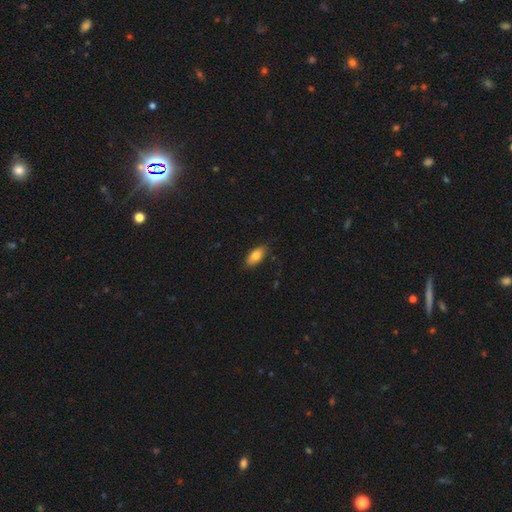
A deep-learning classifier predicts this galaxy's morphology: Q: Smooth or featured?
A: smooth (79%); runner-up: featured or disk (15%)
Q: How rounded?
A: in between (86%); runner-up: cigar-shaped (11%)
Q: Merging?
A: none (82%); runner-up: minor disturbance (15%)